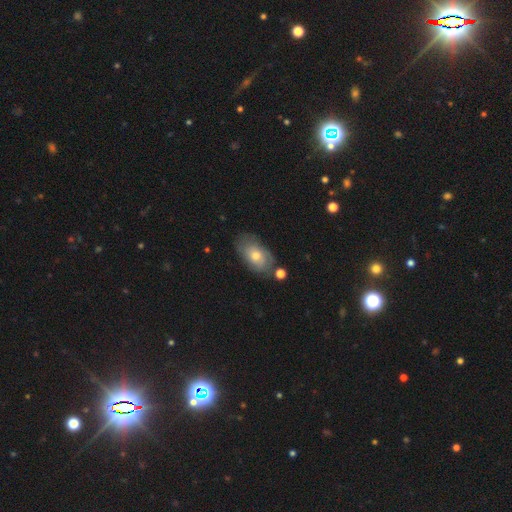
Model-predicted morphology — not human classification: type=smooth (60%); roundness=in between (91%); merging=none (69%).